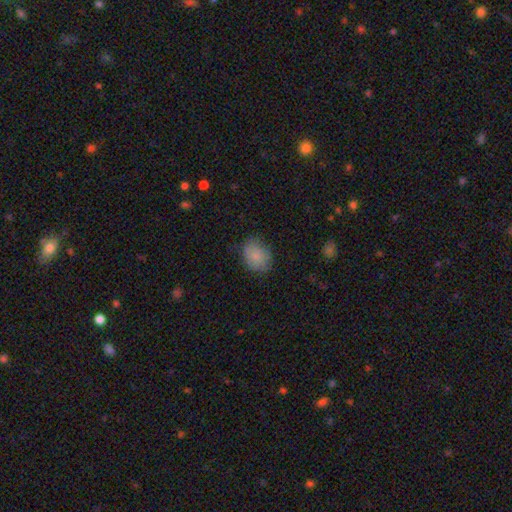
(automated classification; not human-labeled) Morphology: type=smooth (84%); roundness=in between (57%); merging=none (74%).